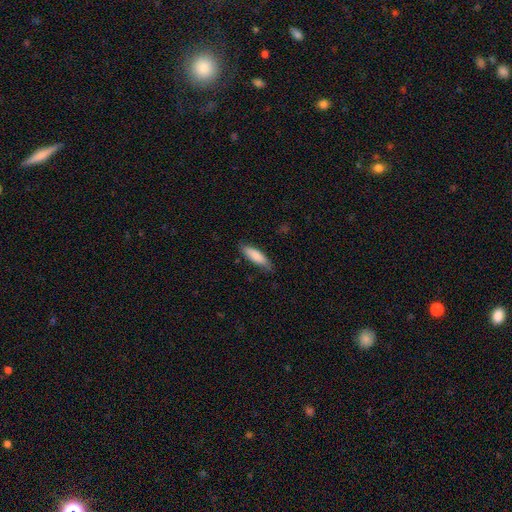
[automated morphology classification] A smooth galaxy with no disk features (82%) that is cigar-shaped (56%). Merging: none (76%).